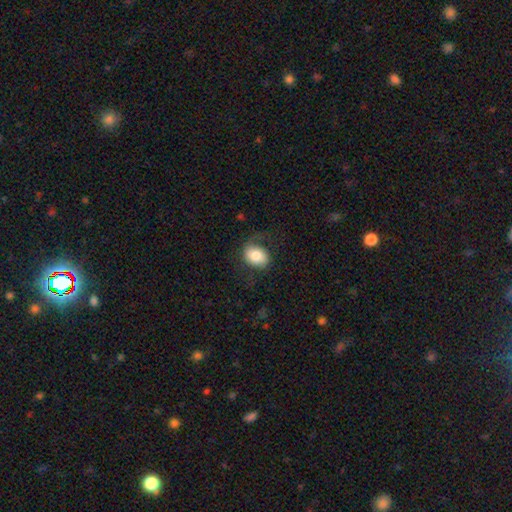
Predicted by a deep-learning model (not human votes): Smooth or featured: smooth — 73% (featured or disk — 20%)
How rounded: in between — 60% (round — 39%)
Merging: none — 64% (minor disturbance — 22%)